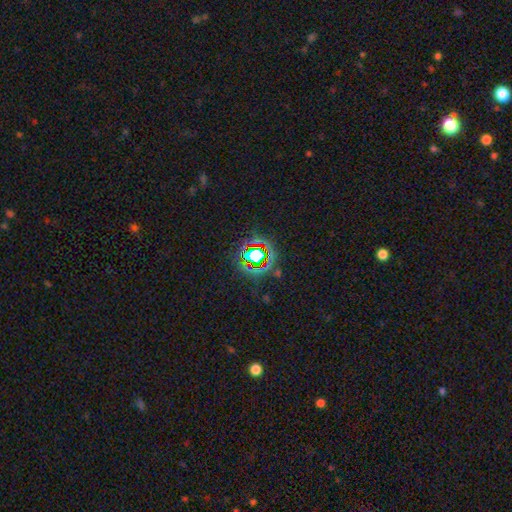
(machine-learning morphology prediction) type=star or artifact (70%).